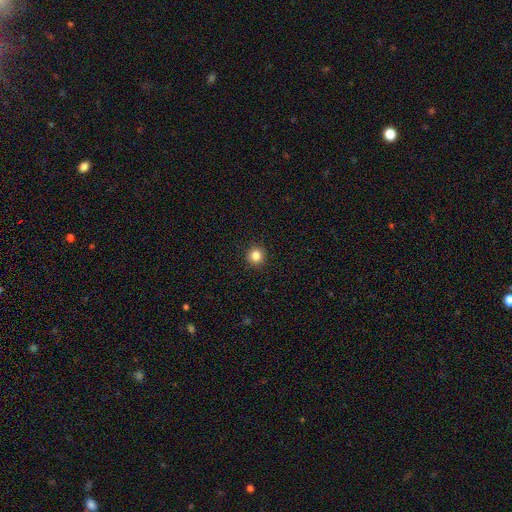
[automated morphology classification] Smooth or featured? Predicted: smooth (p=0.84). How rounded? Predicted: round (p=0.94). Merging? Predicted: none (p=0.93).